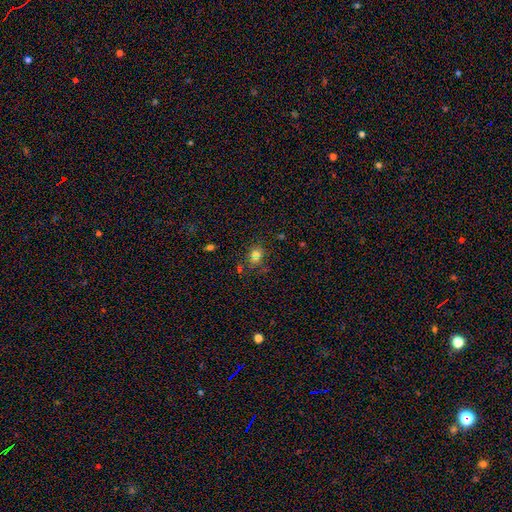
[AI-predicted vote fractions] The model was most divided on "how rounded": round: 61%, in between: 38%, cigar-shaped: 1%. More confident: smooth or featured — smooth (73%); merging — none (66%).